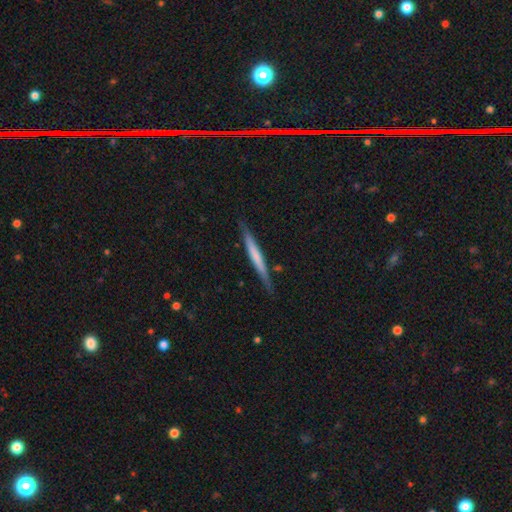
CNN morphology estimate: Smooth or featured: smooth — 49% (featured or disk — 45%)
Merging: none — 85% (minor disturbance — 11%)